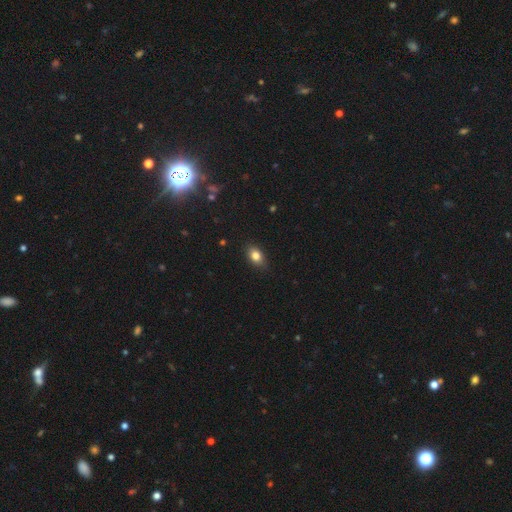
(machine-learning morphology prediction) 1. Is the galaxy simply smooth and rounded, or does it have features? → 82% smooth, 10% star or artifact, 8% featured or disk.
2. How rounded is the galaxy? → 81% in between, 17% round, 2% cigar-shaped.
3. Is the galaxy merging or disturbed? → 85% none, 12% minor disturbance, 2% major disturbance, 1% merger.